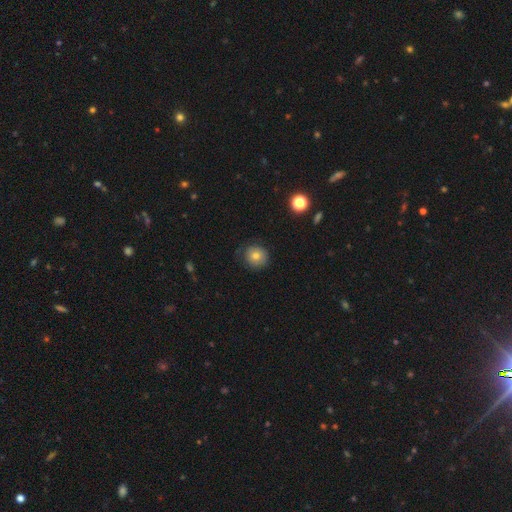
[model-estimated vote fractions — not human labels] Overall: smooth (75%). How rounded: round (92%). Merging: none (78%).